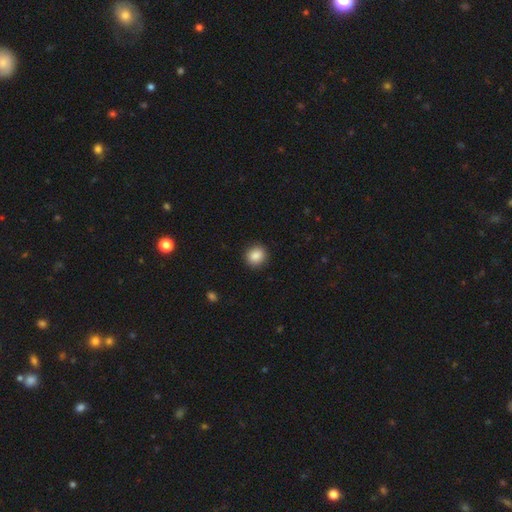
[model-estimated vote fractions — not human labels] smooth_or_featured: smooth (p=0.87) [alt: star or artifact p=0.09]
how_rounded: round (p=0.81) [alt: in between p=0.18]
merging: none (p=0.90) [alt: minor disturbance p=0.07]